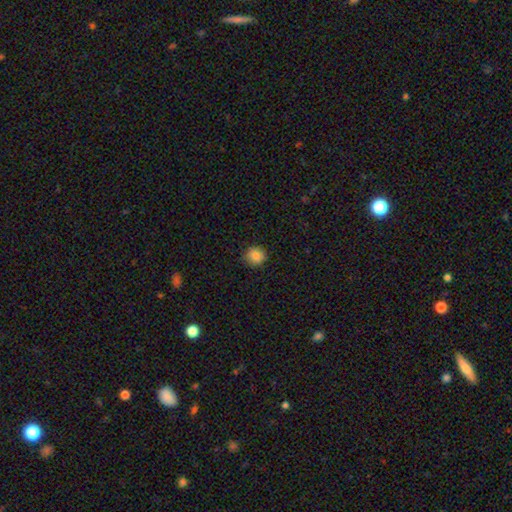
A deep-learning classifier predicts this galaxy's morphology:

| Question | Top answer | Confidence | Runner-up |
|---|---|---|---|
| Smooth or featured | smooth | 86% | star or artifact (10%) |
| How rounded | round | 88% | in between (11%) |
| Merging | none | 87% | minor disturbance (10%) |